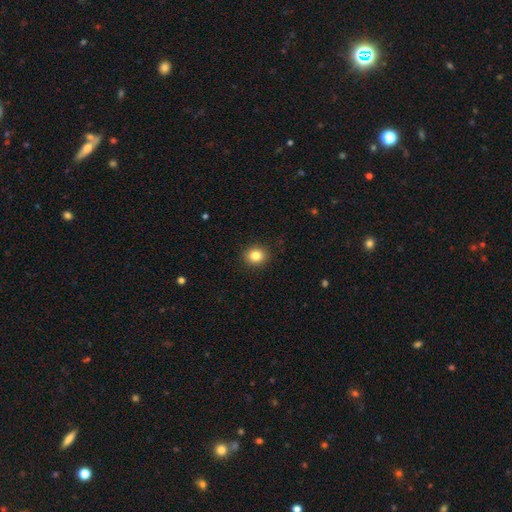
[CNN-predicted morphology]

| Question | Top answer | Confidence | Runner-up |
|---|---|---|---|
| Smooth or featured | smooth | 83% | star or artifact (10%) |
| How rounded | round | 70% | in between (29%) |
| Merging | none | 91% | minor disturbance (6%) |